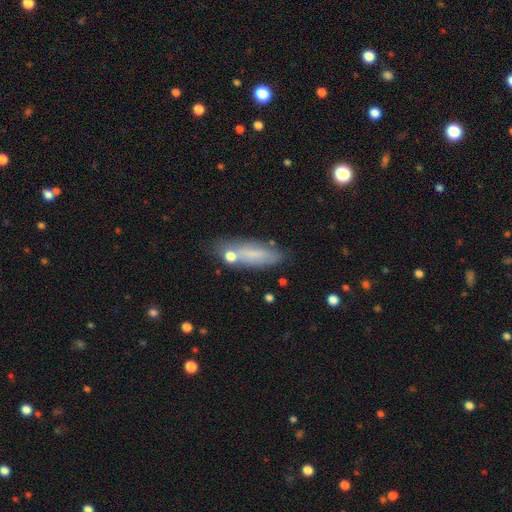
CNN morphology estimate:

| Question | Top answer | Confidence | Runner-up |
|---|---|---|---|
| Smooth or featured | smooth | 58% | featured or disk (30%) |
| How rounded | cigar-shaped | 55% | in between (42%) |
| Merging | none | 71% | minor disturbance (17%) |